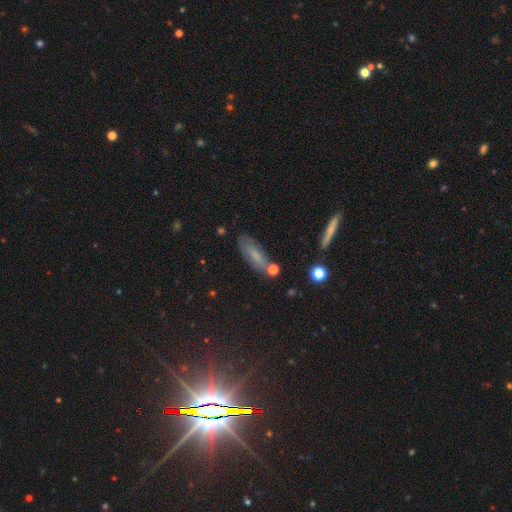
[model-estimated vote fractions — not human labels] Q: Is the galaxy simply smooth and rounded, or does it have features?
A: smooth — 66%.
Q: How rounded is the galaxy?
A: in between — 54%.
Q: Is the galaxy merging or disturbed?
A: none — 69%.